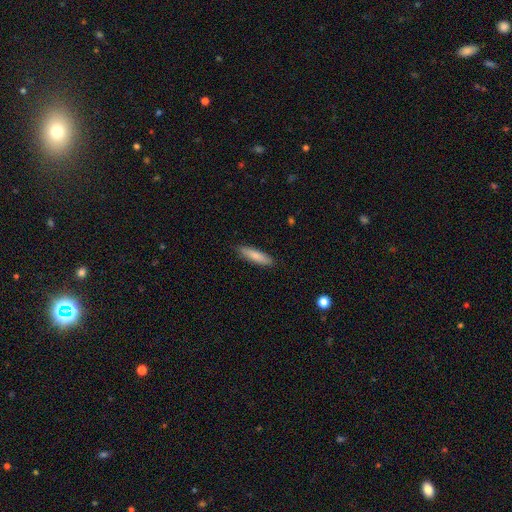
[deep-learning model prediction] Smooth or featured: smooth — 80% (featured or disk — 15%)
How rounded: cigar-shaped — 72% (in between — 26%)
Merging: none — 87% (minor disturbance — 10%)